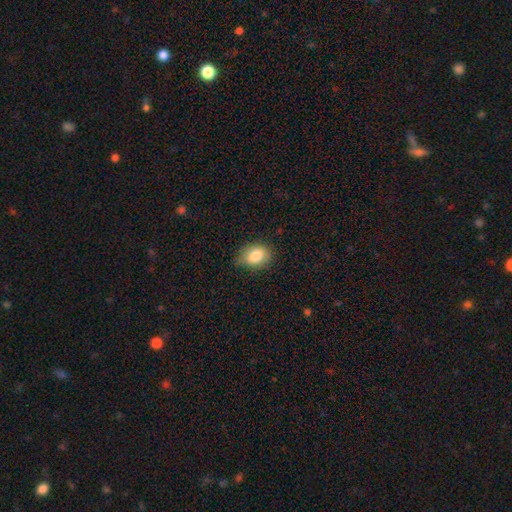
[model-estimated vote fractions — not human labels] Morphology: type=smooth (83%); roundness=in between (71%); merging=none (69%).